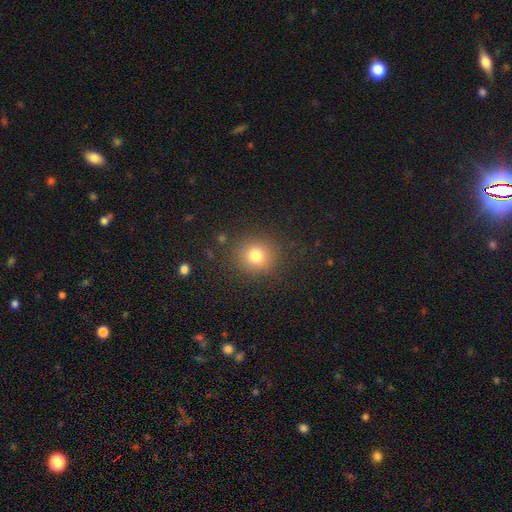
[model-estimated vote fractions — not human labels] Smooth or featured: smooth — 78% (star or artifact — 14%)
How rounded: round — 87% (in between — 12%)
Merging: none — 87% (minor disturbance — 8%)